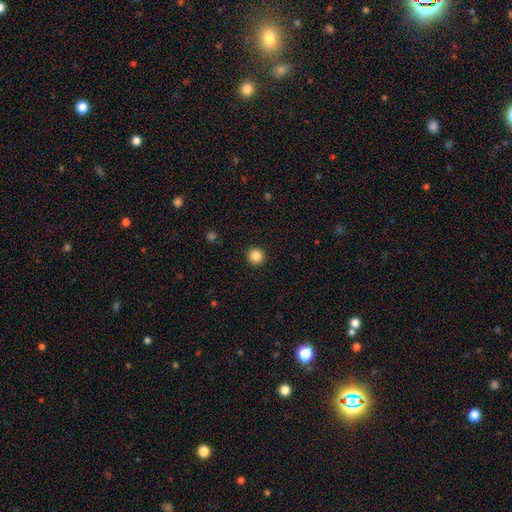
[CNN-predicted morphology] smooth-or-featured: smooth: 86% | star or artifact: 10% | featured or disk: 3%
  how-rounded: round: 95% | in between: 4% | cigar-shaped: 1%
  merging: none: 93% | minor disturbance: 4% | major disturbance: 2% | merger: 1%